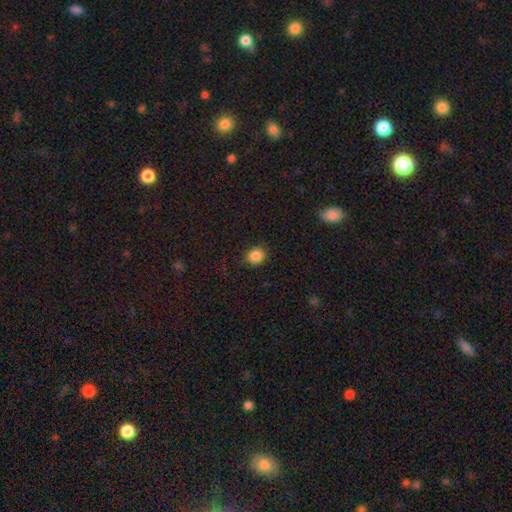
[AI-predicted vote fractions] Overall: smooth (85%). How rounded: round (69%; in between 30%). Merging: none (87%).